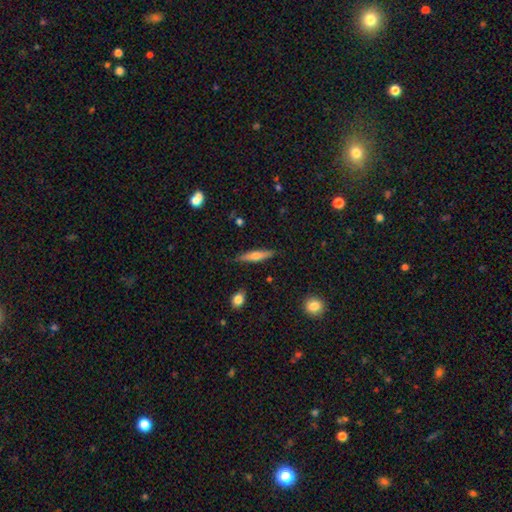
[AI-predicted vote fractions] smooth 55%, featured or disk 39%, star or artifact 7%. Down the decision tree: how rounded — cigar-shaped (83%); merging — none (86%).